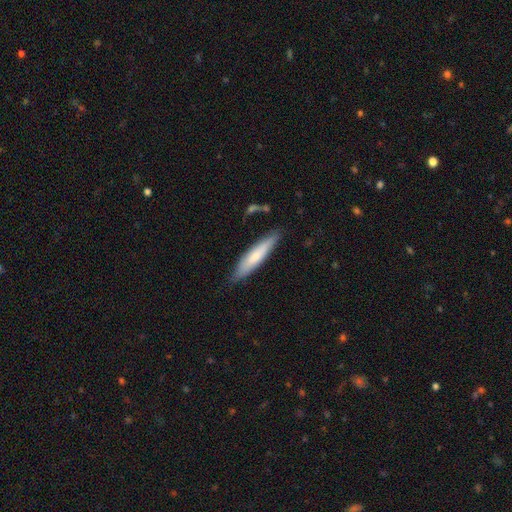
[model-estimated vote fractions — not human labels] Smooth or featured: smooth — 68% (featured or disk — 26%)
How rounded: cigar-shaped — 84% (in between — 15%)
Merging: none — 82% (minor disturbance — 14%)